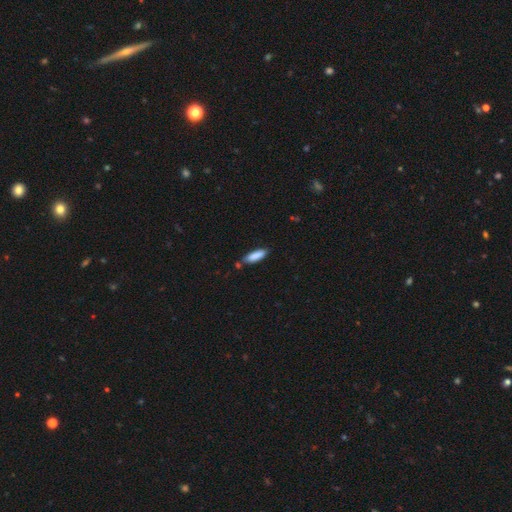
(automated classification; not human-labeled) Smooth or featured?
  - smooth: 87% *
  - featured or disk: 7%
  - star or artifact: 6%
How rounded?
  - cigar-shaped: 57% *
  - in between: 42%
  - round: 1%
Merging?
  - none: 75% *
  - minor disturbance: 16%
  - merger: 6%
  - major disturbance: 3%